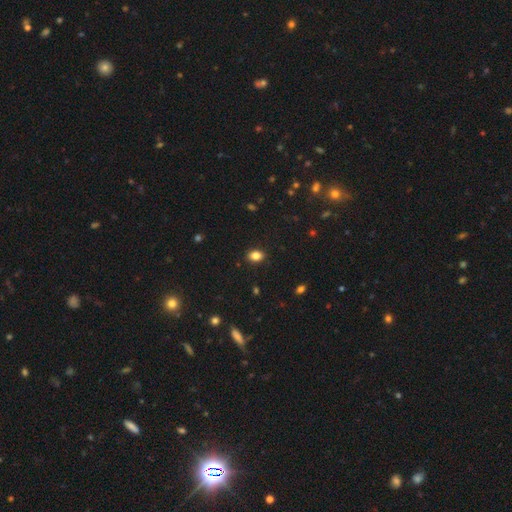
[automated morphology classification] This appears to be a smooth galaxy with no disk features (84%) that is in between round and cigar-shaped (75%). Merging: none (89%).